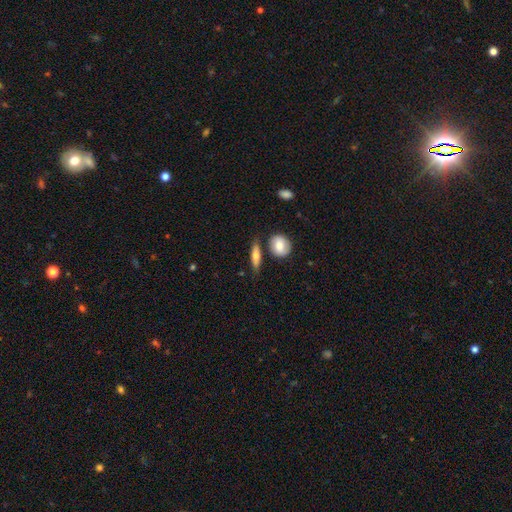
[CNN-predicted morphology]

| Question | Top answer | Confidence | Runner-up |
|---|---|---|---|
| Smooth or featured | smooth | 66% | featured or disk (27%) |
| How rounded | cigar-shaped | 47% | in between (44%) |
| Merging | none | 71% | minor disturbance (15%) |